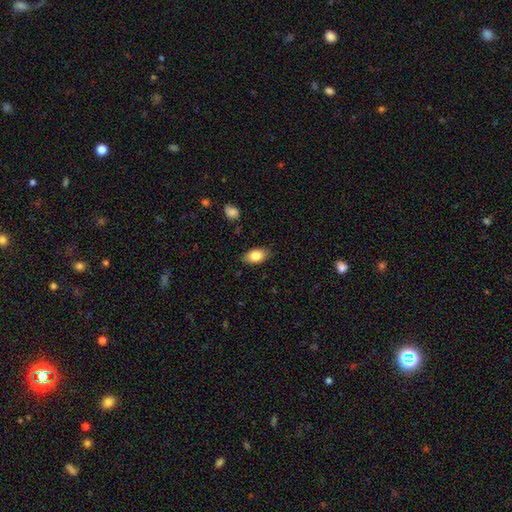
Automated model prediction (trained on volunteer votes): Smooth or featured? smooth (83%)
How rounded? in between (91%)
Merging? none (84%)